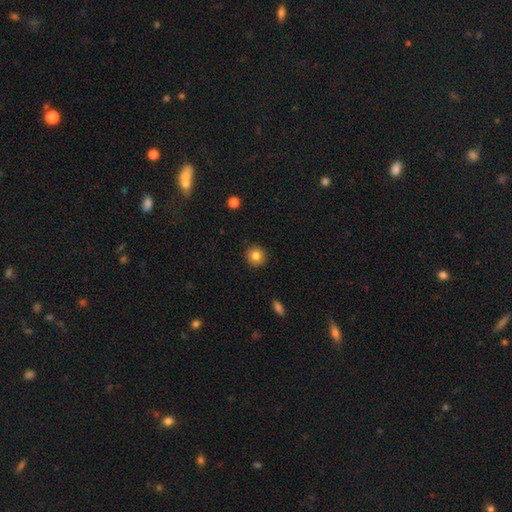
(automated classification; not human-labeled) This appears to be a smooth galaxy with no disk features (83%) that is round (93%). Merging: none (92%).